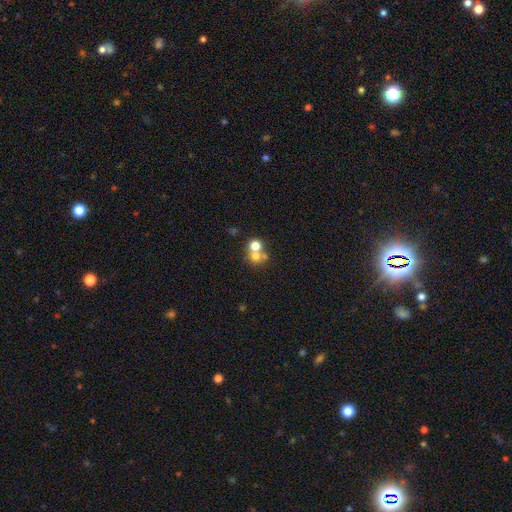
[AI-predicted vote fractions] Smooth or featured? Predicted: smooth (p=0.68). How rounded? Predicted: round (p=0.82). Merging? Predicted: merger (p=0.53).